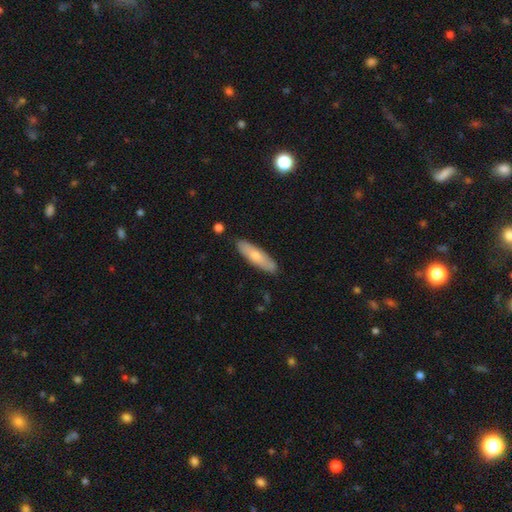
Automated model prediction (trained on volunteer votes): smooth-or-featured: smooth: 66% | featured or disk: 29% | star or artifact: 5%
  how-rounded: cigar-shaped: 62% | in between: 36% | round: 2%
  merging: none: 86% | minor disturbance: 11% | merger: 2% | major disturbance: 2%